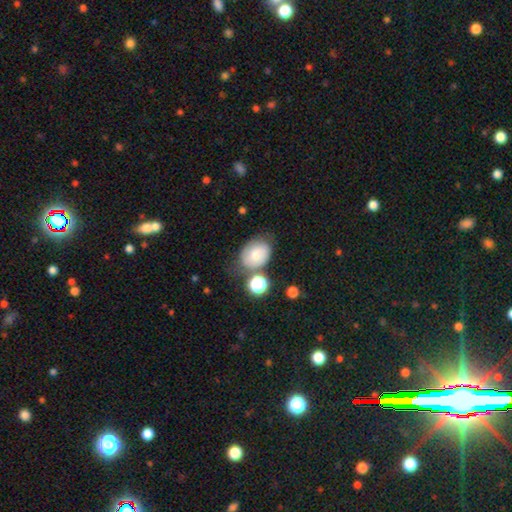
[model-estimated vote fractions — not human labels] Smooth or featured? smooth (61%)
How rounded? in between (60%)
Merging? none (56%)